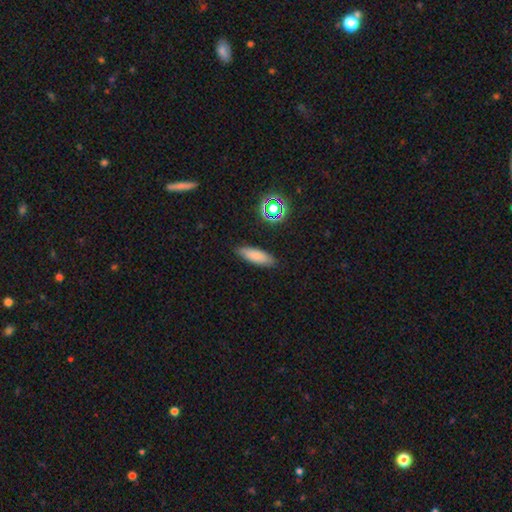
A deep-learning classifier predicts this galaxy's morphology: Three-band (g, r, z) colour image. It shows a smooth galaxy with no disk features (81%) that is in between round and cigar-shaped (55%). Merging: none (86%).